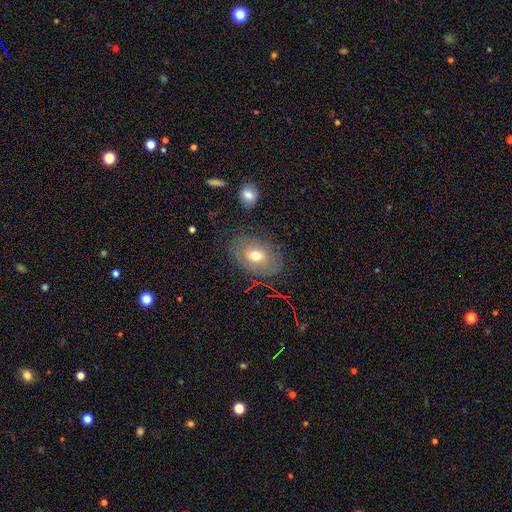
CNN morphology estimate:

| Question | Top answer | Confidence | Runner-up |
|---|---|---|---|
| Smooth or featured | smooth | 56% | featured or disk (33%) |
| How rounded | in between | 79% | round (20%) |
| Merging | none | 77% | minor disturbance (15%) |